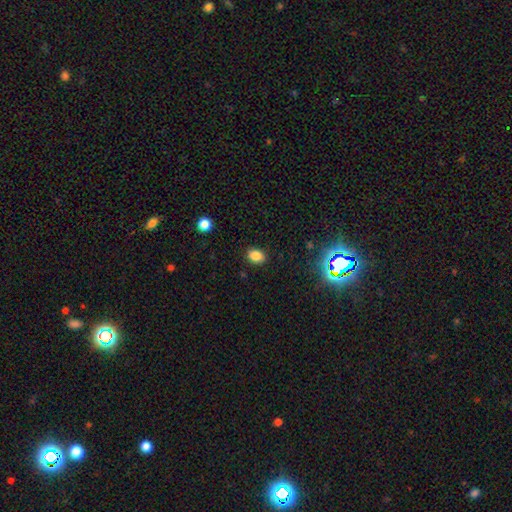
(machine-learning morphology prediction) Smooth or featured: smooth — 85% (star or artifact — 11%)
How rounded: in between — 71% (round — 28%)
Merging: none — 88% (minor disturbance — 8%)